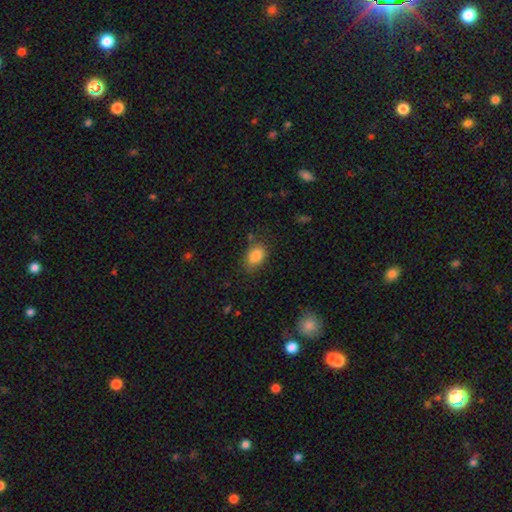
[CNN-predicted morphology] Smooth or featured? smooth (85%)
How rounded? in between (84%)
Merging? none (71%)